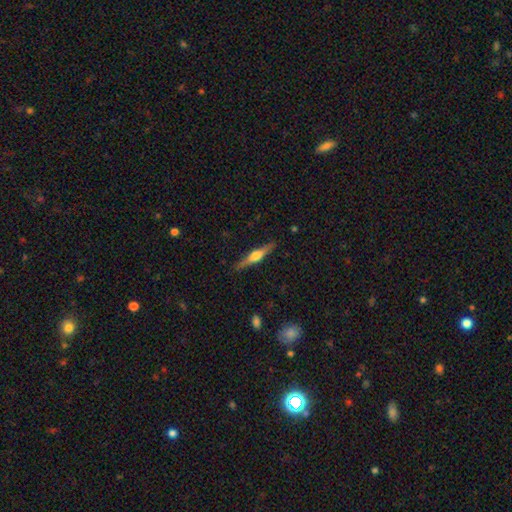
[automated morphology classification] Smooth or featured? Predicted: featured or disk (p=0.70). Edge-on disk? Predicted: yes (p=0.98). Edge-on bulge? Predicted: rounded (p=0.88). Merging? Predicted: none (p=0.88).